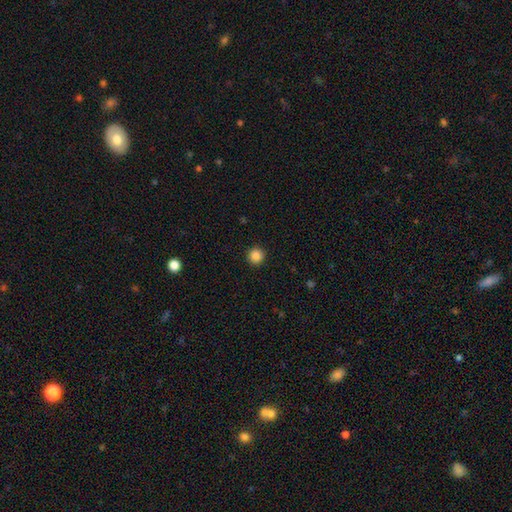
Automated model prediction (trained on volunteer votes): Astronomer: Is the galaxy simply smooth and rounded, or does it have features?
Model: smooth — 86%.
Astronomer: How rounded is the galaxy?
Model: round — 95%.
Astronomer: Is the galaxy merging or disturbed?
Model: none — 93%.